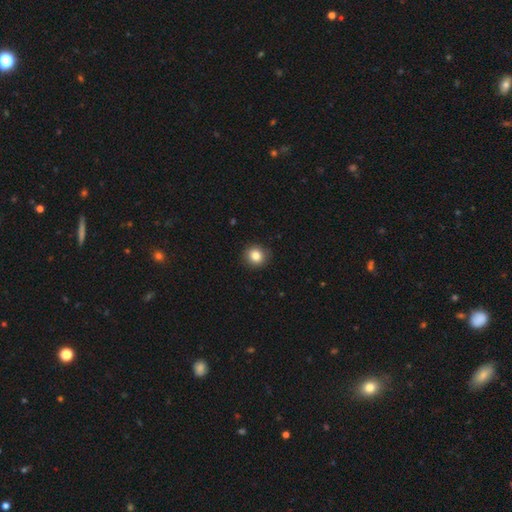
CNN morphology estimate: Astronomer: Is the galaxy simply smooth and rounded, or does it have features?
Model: smooth — 84%.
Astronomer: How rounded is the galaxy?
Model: round — 90%.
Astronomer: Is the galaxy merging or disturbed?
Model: none — 91%.